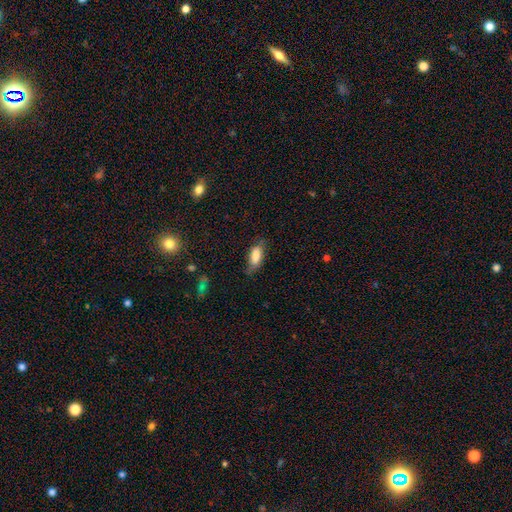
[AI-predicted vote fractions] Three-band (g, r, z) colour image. It shows a smooth galaxy with no disk features (79%) that is in between round and cigar-shaped (82%). Merging: none (58%).